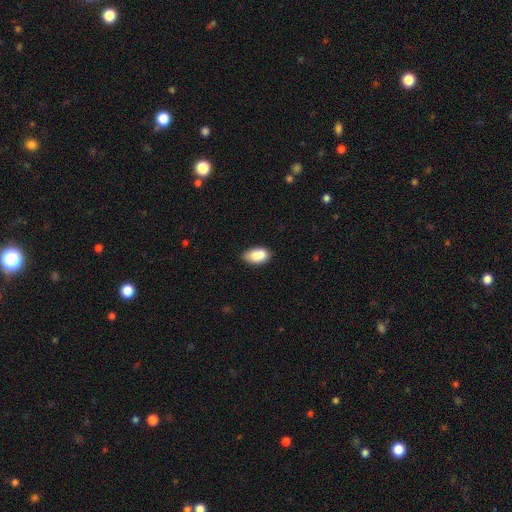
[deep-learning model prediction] Smooth or featured? smooth (81%)
How rounded? in between (91%)
Merging? none (58%)